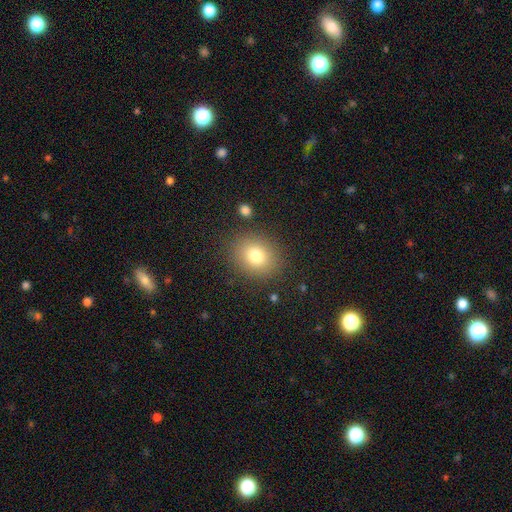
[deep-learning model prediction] Morphology: type=smooth (78%); roundness=round (67%); merging=none (85%).